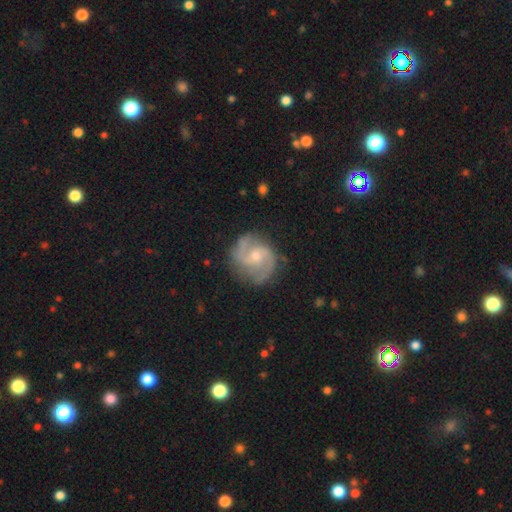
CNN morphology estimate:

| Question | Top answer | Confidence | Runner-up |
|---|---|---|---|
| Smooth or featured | featured or disk | 86% | smooth (8%) |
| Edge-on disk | no | 98% | yes (2%) |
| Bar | no | 48% | weak (43%) |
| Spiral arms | yes | 97% | no (3%) |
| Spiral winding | medium | 55% | tight (25%) |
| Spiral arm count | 2 | 80% | 3 (8%) |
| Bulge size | small | 54% | moderate (42%) |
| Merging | none | 80% | minor disturbance (15%) |